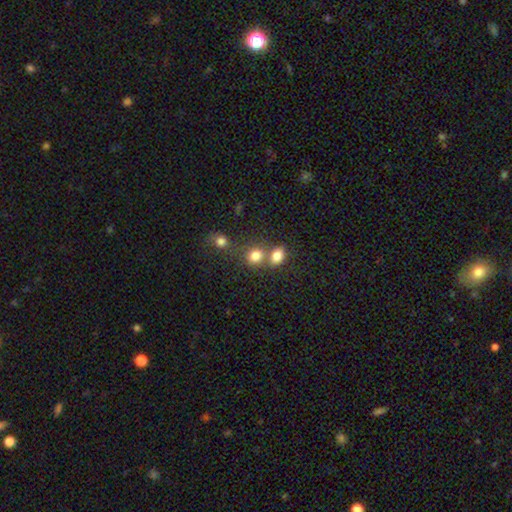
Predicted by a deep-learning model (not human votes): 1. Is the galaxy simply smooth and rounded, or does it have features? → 80% smooth, 12% star or artifact, 8% featured or disk.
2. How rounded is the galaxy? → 61% round, 38% in between, 1% cigar-shaped.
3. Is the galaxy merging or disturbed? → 45% merger, 42% none, 9% minor disturbance, 4% major disturbance.